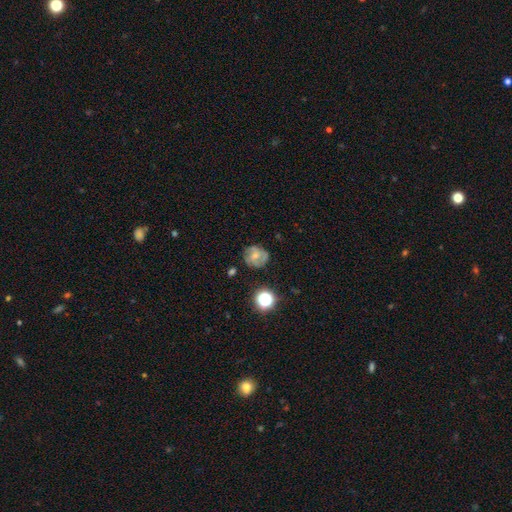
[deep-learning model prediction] Smooth or featured? featured or disk (45%)
Merging? none (69%)